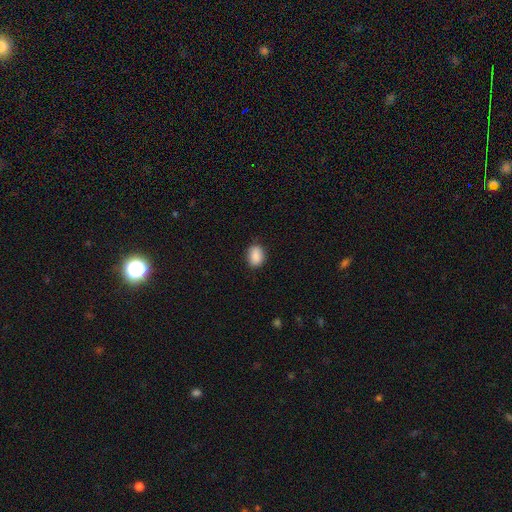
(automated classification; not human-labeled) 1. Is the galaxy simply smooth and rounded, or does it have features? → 89% smooth, 8% star or artifact, 4% featured or disk.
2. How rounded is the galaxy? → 70% in between, 28% round, 1% cigar-shaped.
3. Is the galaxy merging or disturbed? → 84% none, 13% minor disturbance, 3% major disturbance, 1% merger.